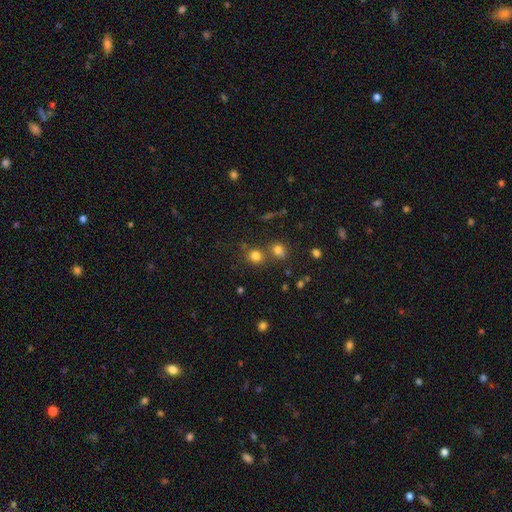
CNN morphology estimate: Q: Smooth or featured?
A: smooth (77%); runner-up: star or artifact (16%)
Q: How rounded?
A: round (80%); runner-up: in between (19%)
Q: Merging?
A: none (63%); runner-up: merger (25%)